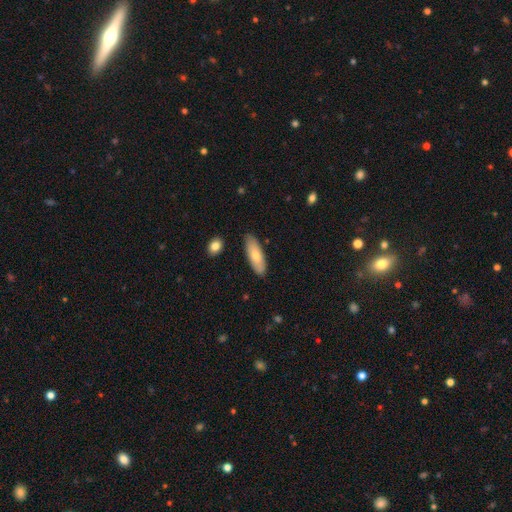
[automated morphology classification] Smooth or featured?
  - smooth: 75% *
  - featured or disk: 19%
  - star or artifact: 6%
How rounded?
  - in between: 65% *
  - cigar-shaped: 33%
  - round: 2%
Merging?
  - none: 84% *
  - minor disturbance: 12%
  - major disturbance: 2%
  - merger: 2%